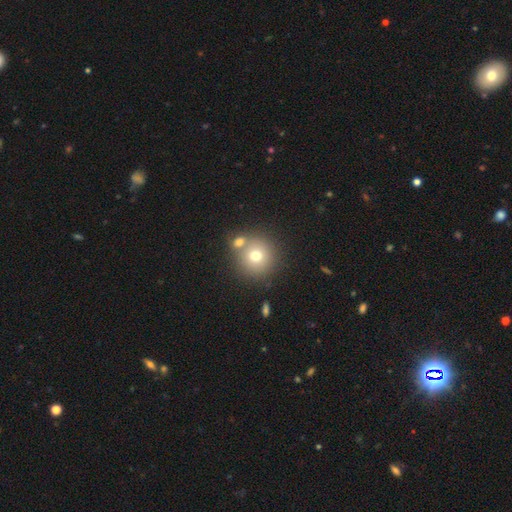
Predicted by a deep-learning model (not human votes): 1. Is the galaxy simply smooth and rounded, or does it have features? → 72% smooth, 15% featured or disk, 13% star or artifact.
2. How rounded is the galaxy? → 93% round, 6% in between, 1% cigar-shaped.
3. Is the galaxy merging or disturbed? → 65% none, 23% merger, 8% minor disturbance, 3% major disturbance.